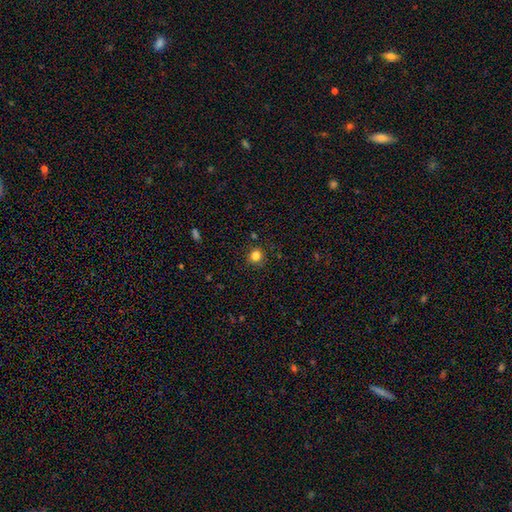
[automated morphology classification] This appears to be a smooth galaxy with no disk features (83%) that is round (84%). Merging: none (87%).